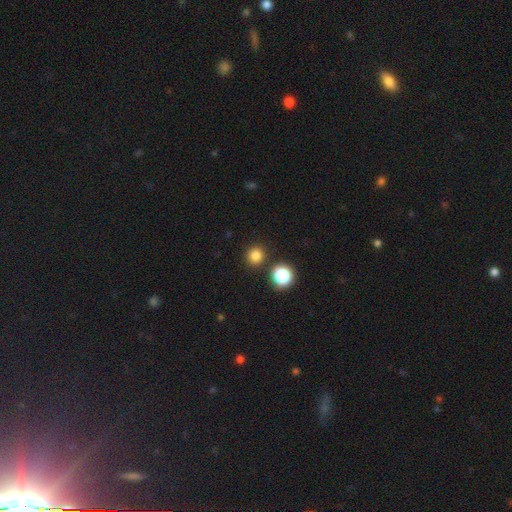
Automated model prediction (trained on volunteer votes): Overall: smooth (81%). How rounded: round (91%). Merging: none (87%).